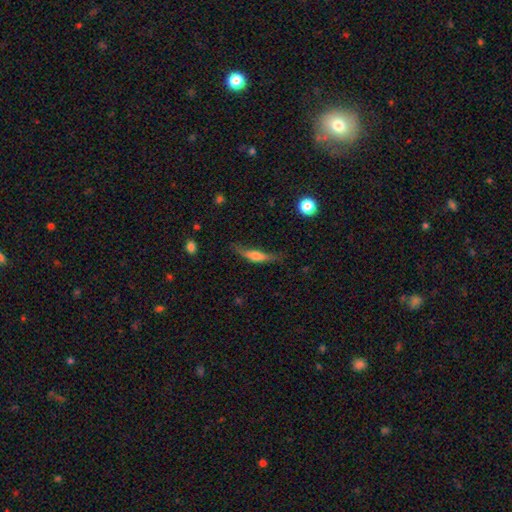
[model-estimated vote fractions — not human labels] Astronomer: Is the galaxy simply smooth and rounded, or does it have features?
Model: smooth — 48% (runner-up: featured or disk, 45%).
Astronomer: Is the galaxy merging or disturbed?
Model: none — 54%.